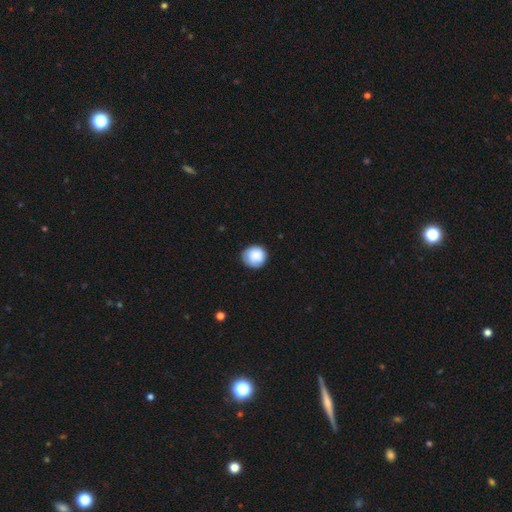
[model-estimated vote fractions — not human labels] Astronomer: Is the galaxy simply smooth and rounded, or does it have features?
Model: smooth — 87%.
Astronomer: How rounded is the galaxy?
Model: round — 91%.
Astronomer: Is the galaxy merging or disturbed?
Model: none — 81%.